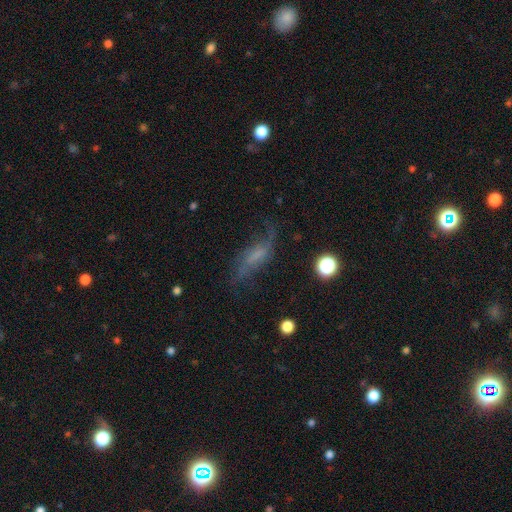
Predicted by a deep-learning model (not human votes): A featured or disk galaxy (52%). Merging: none (52%).